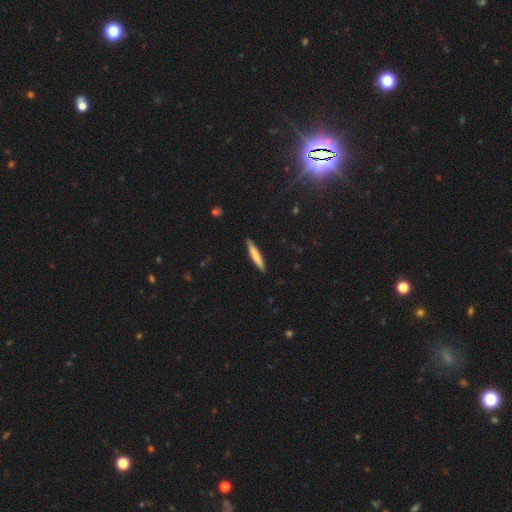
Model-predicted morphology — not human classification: type=smooth (72%); roundness=cigar-shaped (91%); merging=none (89%).